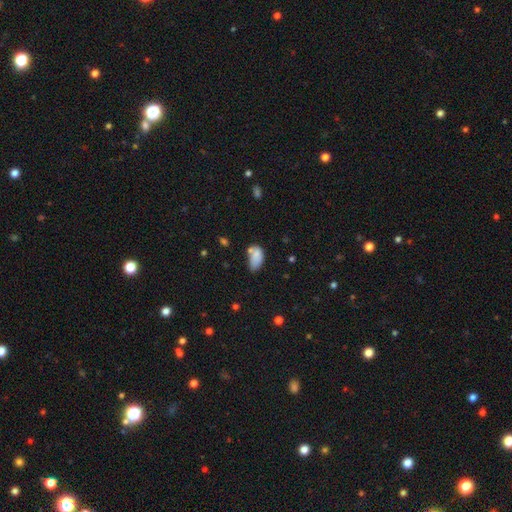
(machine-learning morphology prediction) Smooth or featured? smooth (79%)
How rounded? in between (92%)
Merging? none (41%)